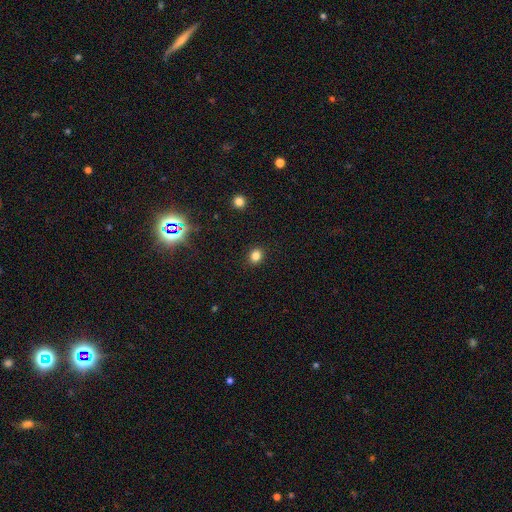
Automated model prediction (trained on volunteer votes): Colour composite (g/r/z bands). It shows a smooth galaxy with no disk features (83%) that is round (67%). Merging: none (90%).